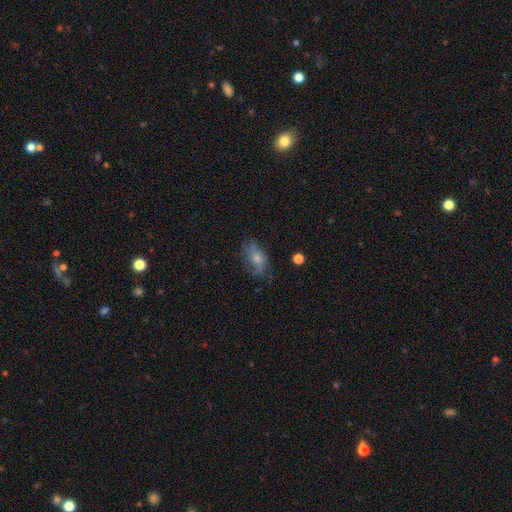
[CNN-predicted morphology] Overall: smooth (49%; featured or disk 41%). Merging: none (59%; minor disturbance 26%).